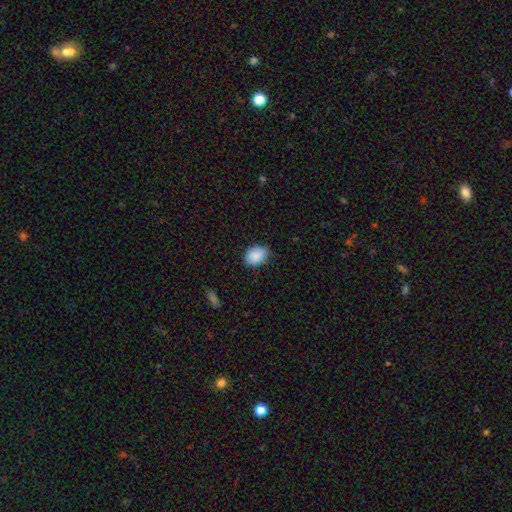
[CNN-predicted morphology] A smooth galaxy with no disk features (90%) that is in between round and cigar-shaped (68%).

Vote fractions:
- Smooth or featured? smooth: 90% / star or artifact: 7% / featured or disk: 4%
- How rounded? in between: 68% / round: 31% / cigar-shaped: 1%
- Merging? none: 82% / minor disturbance: 15% / major disturbance: 3% / merger: 1%